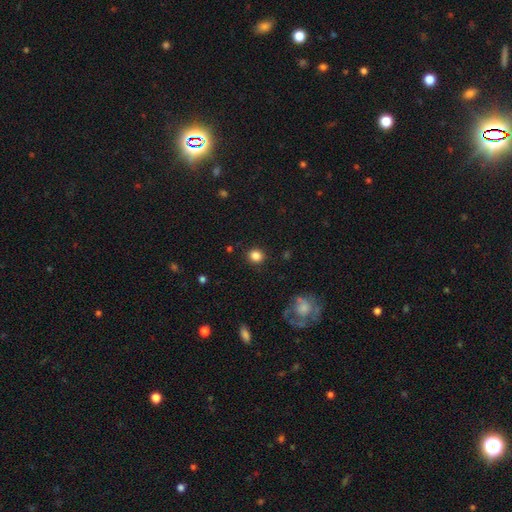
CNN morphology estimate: Smooth or featured? Predicted: smooth (p=0.84). How rounded? Predicted: round (p=0.84). Merging? Predicted: none (p=0.89).